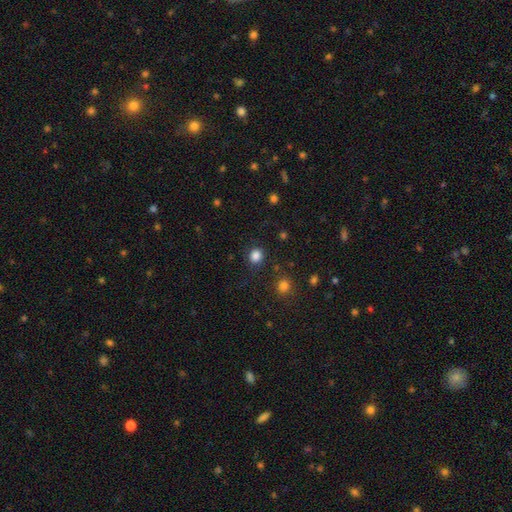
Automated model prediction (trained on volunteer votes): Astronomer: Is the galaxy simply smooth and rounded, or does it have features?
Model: smooth — 84%.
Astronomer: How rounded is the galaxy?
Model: round — 76%.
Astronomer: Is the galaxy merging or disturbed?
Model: none — 85%.